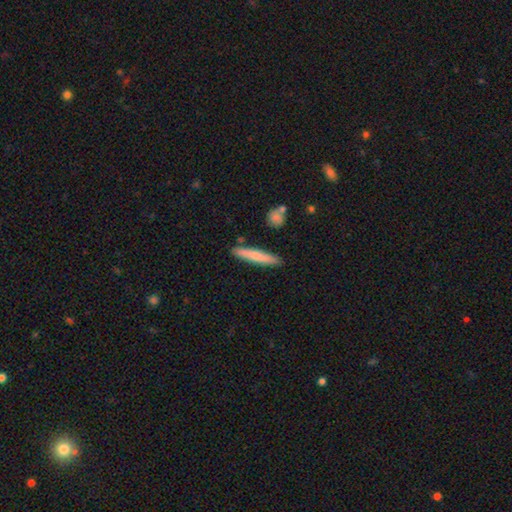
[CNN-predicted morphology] smooth-or-featured: smooth: 70% | featured or disk: 24% | star or artifact: 6%
  how-rounded: cigar-shaped: 92% | in between: 6% | round: 2%
  merging: none: 87% | minor disturbance: 8% | merger: 2% | major disturbance: 2%